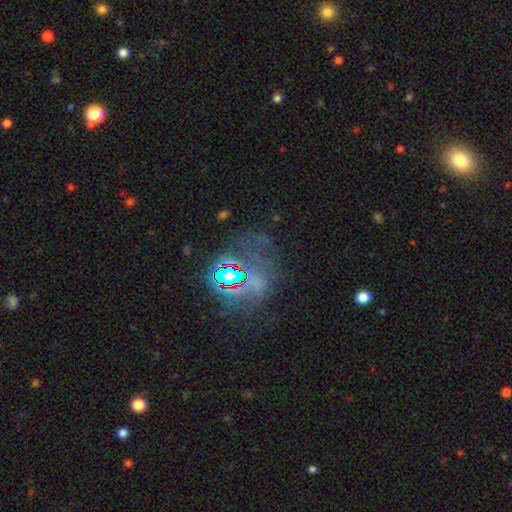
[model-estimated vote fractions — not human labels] A star or artifact, not a galaxy (59%).